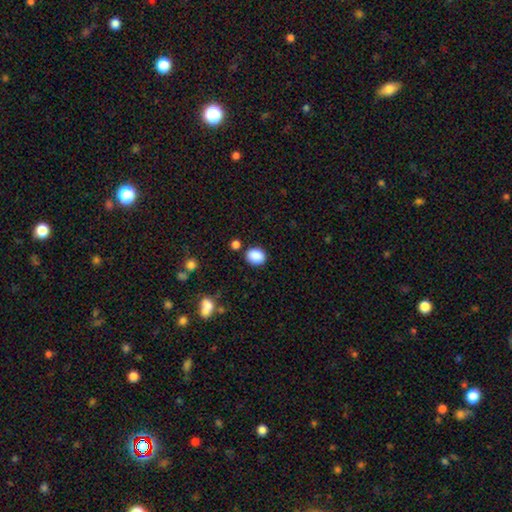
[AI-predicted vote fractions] This is clearly a smooth galaxy (88%). How rounded: possibly in between (52%). Merging: clearly none (81%).